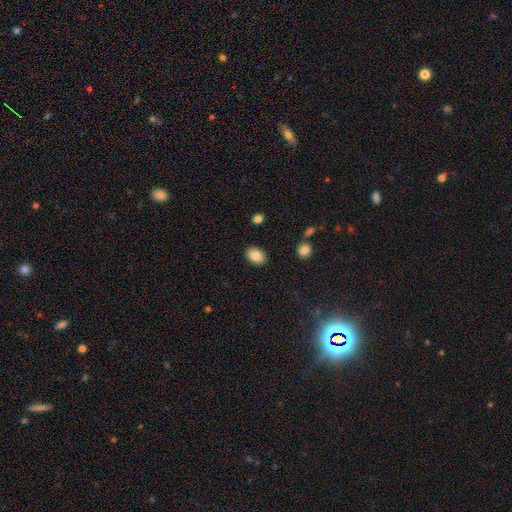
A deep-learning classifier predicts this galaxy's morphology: smooth-or-featured: smooth: 85% | star or artifact: 7% | featured or disk: 7%
  how-rounded: in between: 84% | round: 15% | cigar-shaped: 1%
  merging: none: 88% | minor disturbance: 8% | major disturbance: 2% | merger: 1%